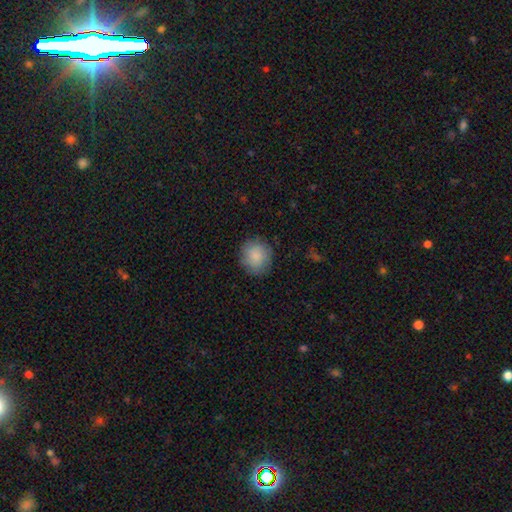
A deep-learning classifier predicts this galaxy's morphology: Smooth or featured? smooth (86%)
How rounded? round (84%)
Merging? none (84%)